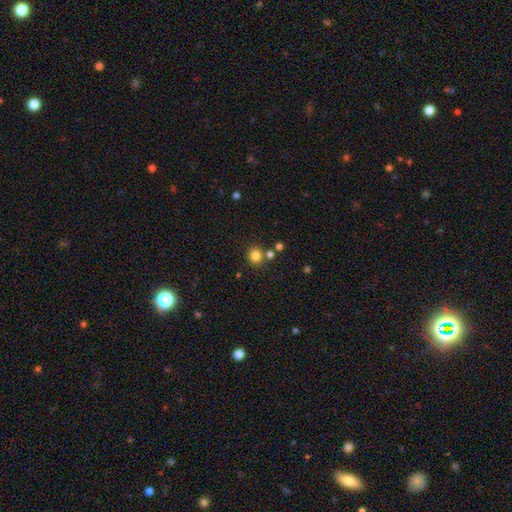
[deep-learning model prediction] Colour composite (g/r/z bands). It shows a smooth galaxy with no disk features (82%) that is round (86%). Merging: none (75%).